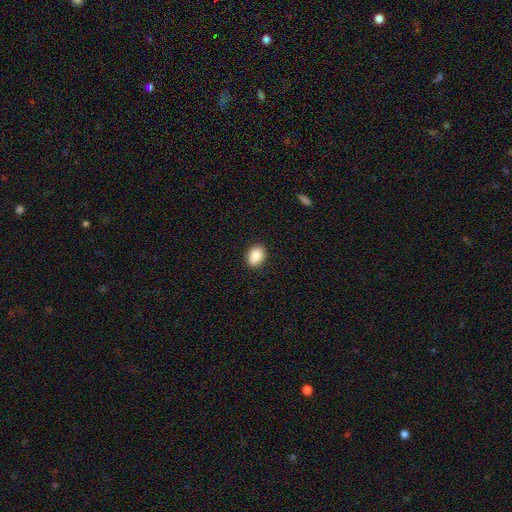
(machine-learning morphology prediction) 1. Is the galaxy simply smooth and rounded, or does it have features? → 87% smooth, 8% star or artifact, 5% featured or disk.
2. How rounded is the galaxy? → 63% in between, 36% round, 1% cigar-shaped.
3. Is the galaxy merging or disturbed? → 88% none, 9% minor disturbance, 2% major disturbance, 1% merger.